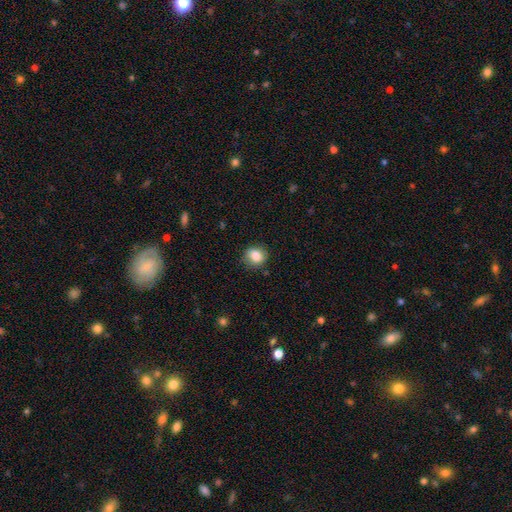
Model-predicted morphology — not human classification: smooth 84%, star or artifact 9%, featured or disk 7%. Down the decision tree: how rounded — round (74%); merging — none (80%).